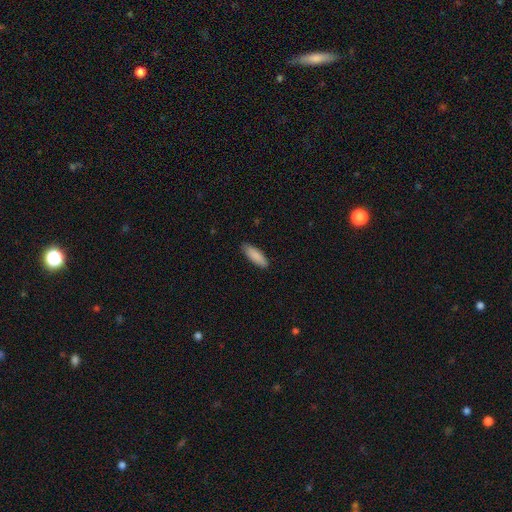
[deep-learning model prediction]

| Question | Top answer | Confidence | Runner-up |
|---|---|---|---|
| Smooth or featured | smooth | 89% | star or artifact (6%) |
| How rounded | in between | 59% | cigar-shaped (40%) |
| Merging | none | 87% | minor disturbance (10%) |